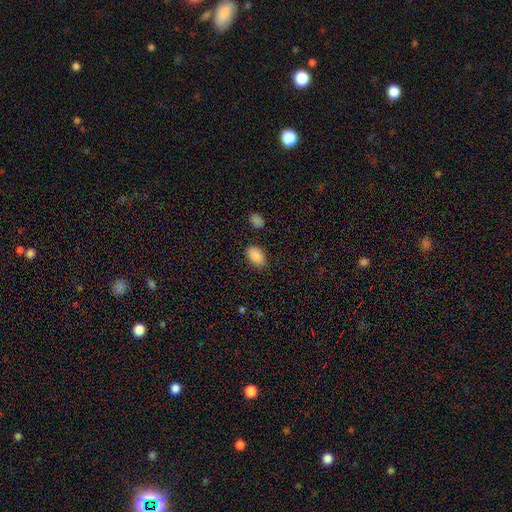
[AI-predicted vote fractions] Smooth or featured: smooth — 87% (star or artifact — 8%)
How rounded: in between — 89% (round — 10%)
Merging: none — 81% (minor disturbance — 13%)